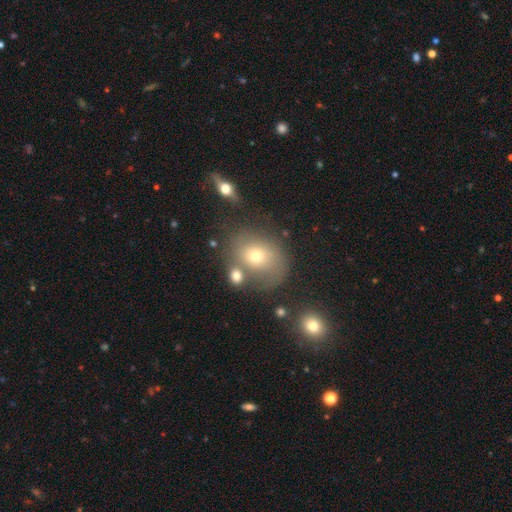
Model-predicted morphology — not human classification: A smooth galaxy with no disk features (60%) that is round (61%). Merging: none (58%).